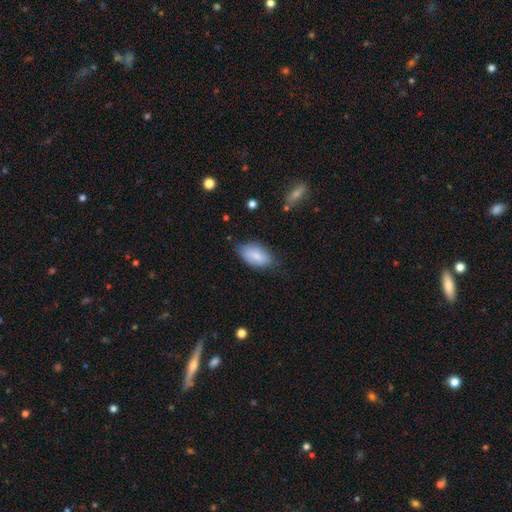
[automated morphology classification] Overall: smooth (81%). How rounded: in between (93%). Merging: none (68%).